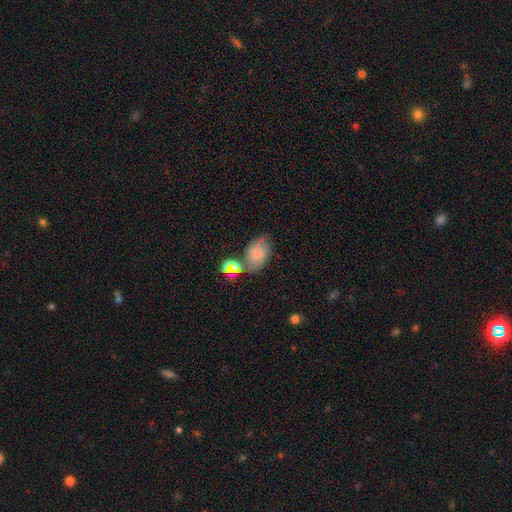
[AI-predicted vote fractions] smooth_or_featured: smooth (p=0.69) [alt: featured or disk p=0.16]
how_rounded: in between (p=0.82) [alt: round p=0.16]
merging: none (p=0.51) [alt: minor disturbance p=0.21]